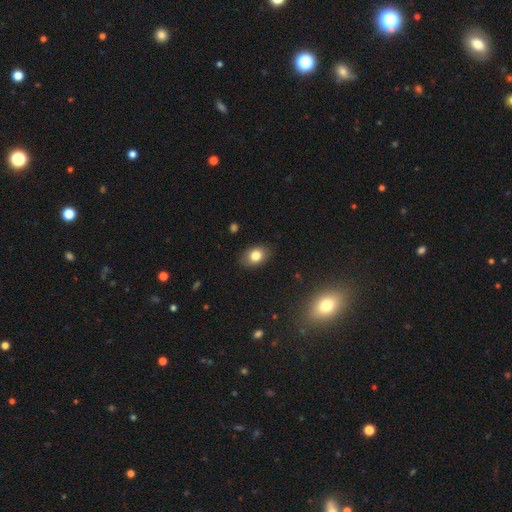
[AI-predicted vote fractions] This appears to be a smooth galaxy with no disk features (81%) that is in between round and cigar-shaped (75%). Merging: none (86%).